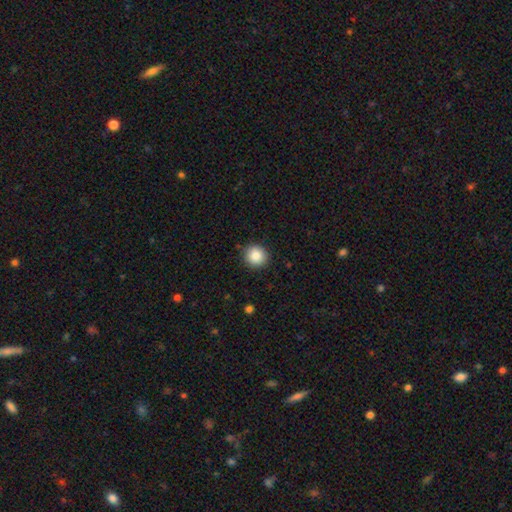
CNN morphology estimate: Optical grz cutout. It shows a smooth galaxy with no disk features (87%) that is round (92%). Merging: none (90%).